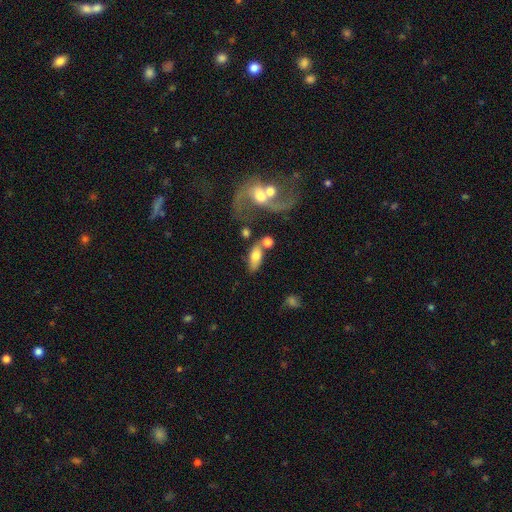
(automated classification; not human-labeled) smooth-or-featured: smooth: 60% | featured or disk: 31% | star or artifact: 8%
  how-rounded: in between: 80% | cigar-shaped: 14% | round: 6%
  merging: none: 50% | merger: 26% | minor disturbance: 15% | major disturbance: 9%